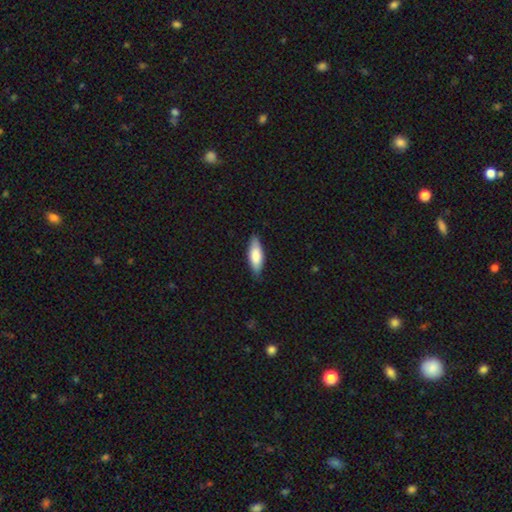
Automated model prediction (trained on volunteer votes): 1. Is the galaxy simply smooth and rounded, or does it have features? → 80% smooth, 15% featured or disk, 5% star or artifact.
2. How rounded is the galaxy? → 65% in between, 33% cigar-shaped, 2% round.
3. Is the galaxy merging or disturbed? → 82% none, 15% minor disturbance, 2% major disturbance, 1% merger.